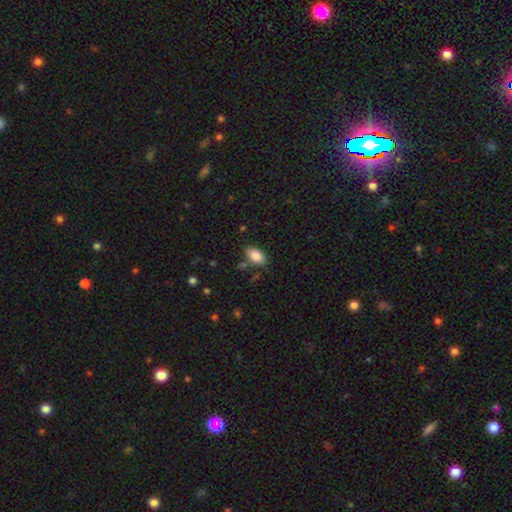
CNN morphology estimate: Smooth or featured: smooth — 87% (star or artifact — 8%)
How rounded: in between — 93% (round — 5%)
Merging: none — 78% (minor disturbance — 13%)